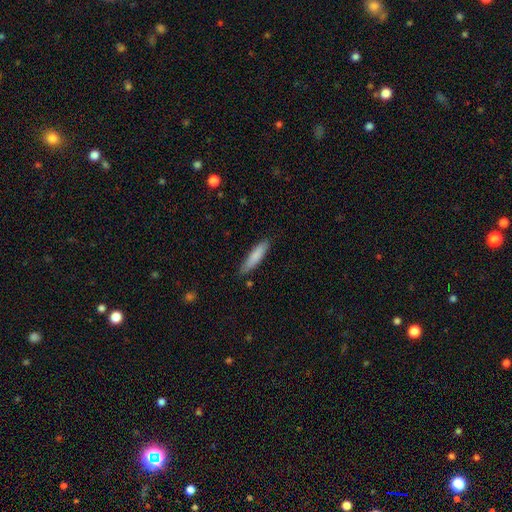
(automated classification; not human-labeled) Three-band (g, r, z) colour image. It shows a smooth galaxy with no disk features (82%) that is cigar-shaped (80%). Merging: none (83%).